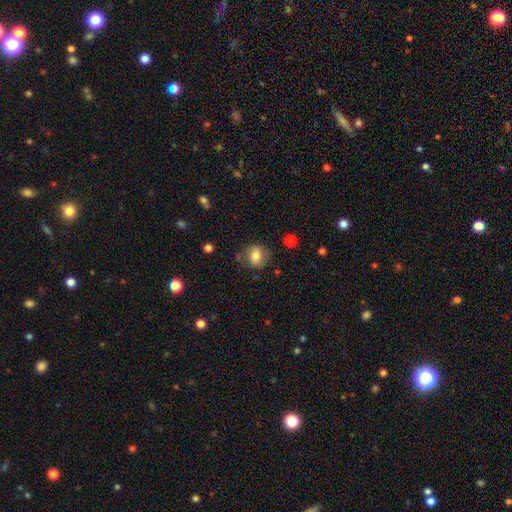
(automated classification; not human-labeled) This is likely a smooth galaxy (77%). How rounded: likely round (69%). Merging: likely none (74%).